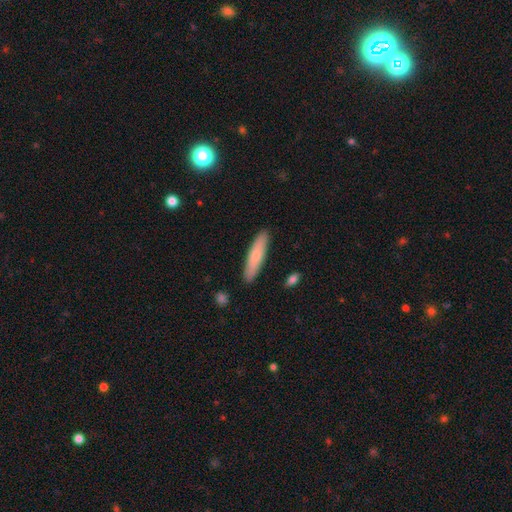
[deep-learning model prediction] Smooth or featured? smooth (76%)
How rounded? cigar-shaped (82%)
Merging? none (89%)